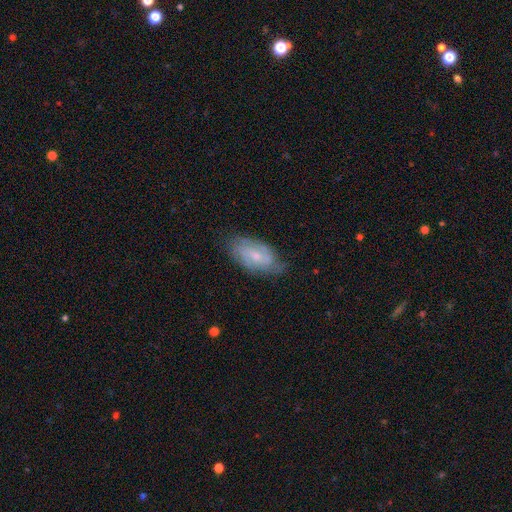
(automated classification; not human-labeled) featured or disk 59%, smooth 35%, star or artifact 7%. Down the decision tree: edge-on disk — no (92%); bar — no (50%); spiral arms — yes (82%); bulge size — small (56%); merging — none (68%).